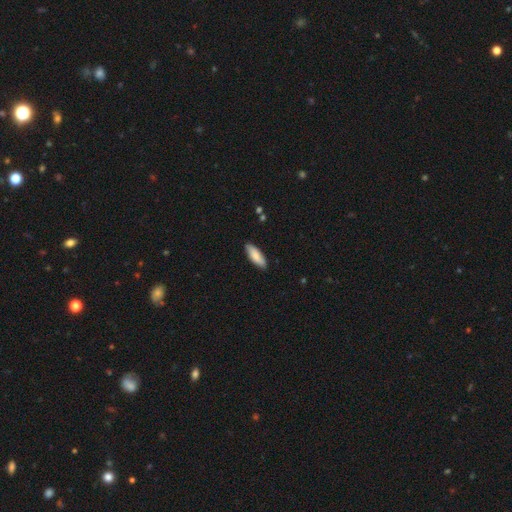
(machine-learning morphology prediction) type=smooth (83%); roundness=in between (63%); merging=none (88%).